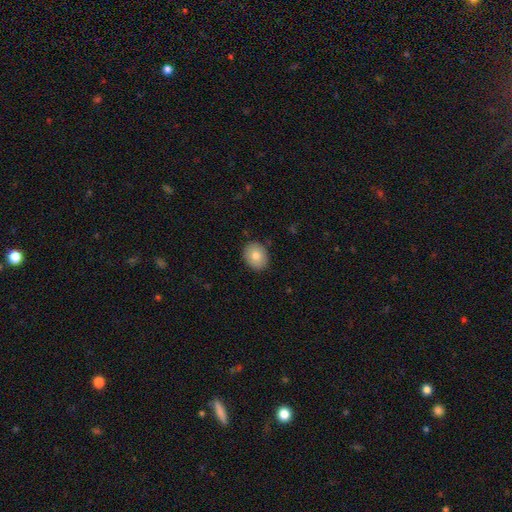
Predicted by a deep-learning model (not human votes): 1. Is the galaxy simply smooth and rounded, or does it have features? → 78% smooth, 14% featured or disk, 8% star or artifact.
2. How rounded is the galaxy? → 53% round, 46% in between, 1% cigar-shaped.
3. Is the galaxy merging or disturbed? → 87% none, 10% minor disturbance, 2% major disturbance, 1% merger.